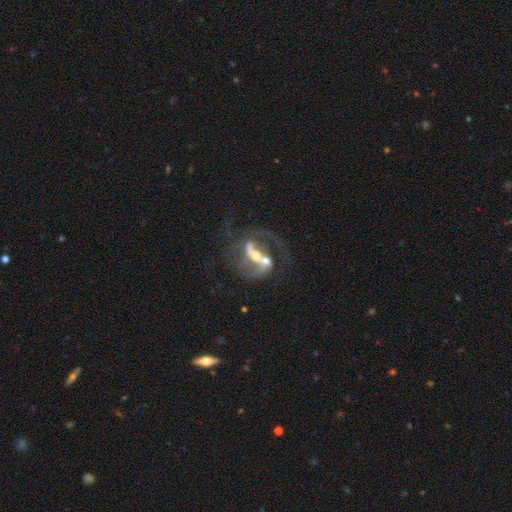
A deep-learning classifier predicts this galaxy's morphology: Q: Smooth or featured?
A: featured or disk (84%); runner-up: smooth (9%)
Q: Edge-on disk?
A: no (97%); runner-up: yes (3%)
Q: Bar?
A: strong (37%); runner-up: weak (35%)
Q: Spiral arms?
A: yes (90%); runner-up: no (10%)
Q: Spiral winding?
A: loose (46%); runner-up: medium (43%)
Q: Spiral arm count?
A: 2 (74%); runner-up: 1 (14%)
Q: Bulge size?
A: moderate (56%); runner-up: small (30%)
Q: Merging?
A: merger (45%); runner-up: none (28%)